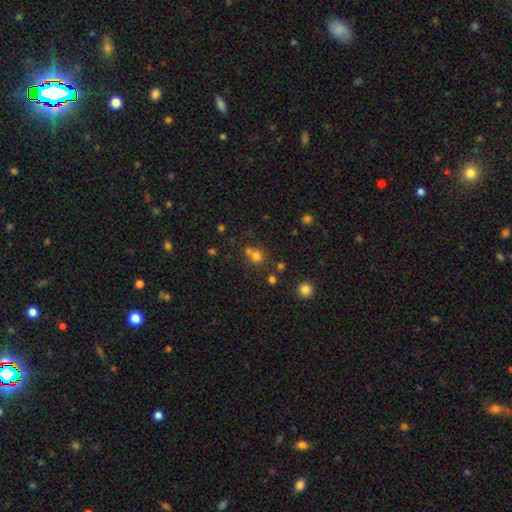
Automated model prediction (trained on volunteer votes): smooth_or_featured: smooth (p=0.72) [alt: star or artifact p=0.18]
how_rounded: round (p=0.81) [alt: in between p=0.18]
merging: none (p=0.49) [alt: merger p=0.38]